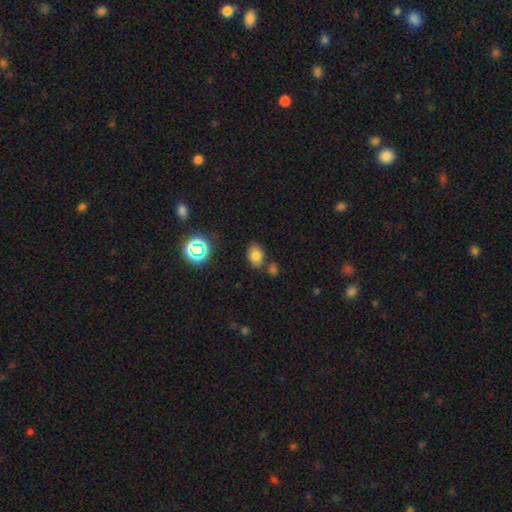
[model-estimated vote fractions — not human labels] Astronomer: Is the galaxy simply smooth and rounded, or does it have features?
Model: smooth — 74%.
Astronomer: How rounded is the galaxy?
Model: in between — 78%.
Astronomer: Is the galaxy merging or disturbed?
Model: none — 72%.